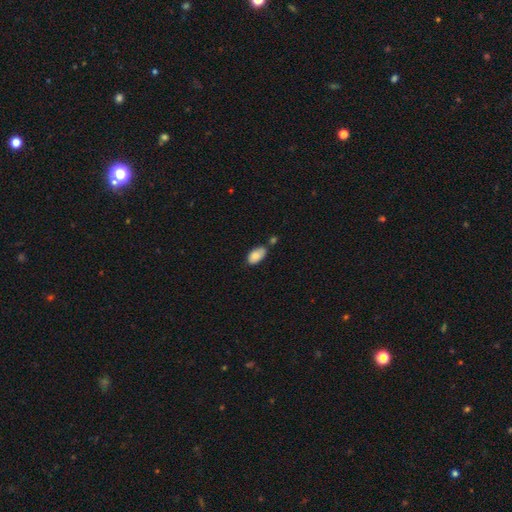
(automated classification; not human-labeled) smooth 85%, featured or disk 8%, star or artifact 7%. Down the decision tree: how rounded — in between (95%); merging — none (58%).